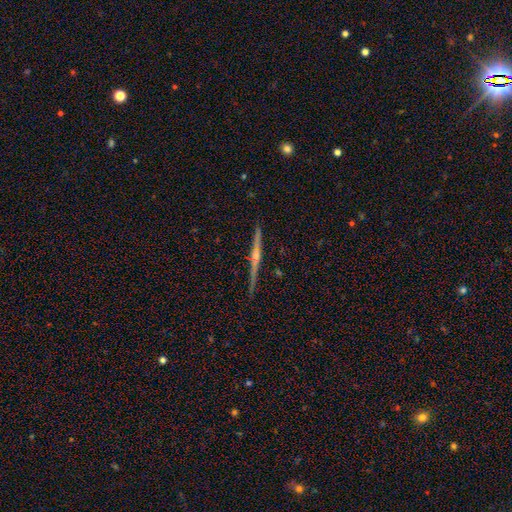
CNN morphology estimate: Smooth or featured? featured or disk (83%)
Edge-on disk? yes (99%)
Edge-on bulge? rounded (81%)
Merging? none (91%)